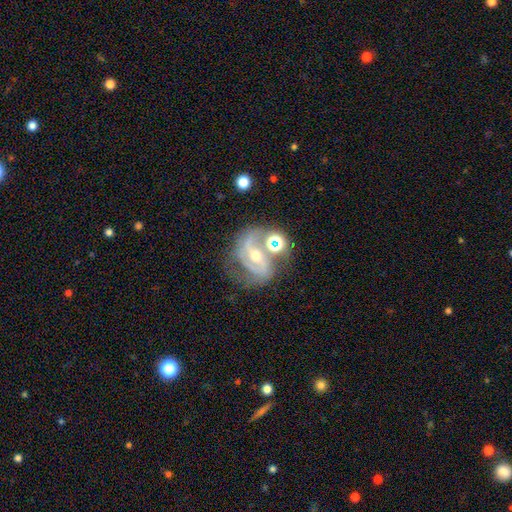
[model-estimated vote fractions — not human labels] Q: Smooth or featured?
A: featured or disk (81%); runner-up: star or artifact (10%)
Q: Edge-on disk?
A: no (97%); runner-up: yes (3%)
Q: Bar?
A: strong (37%); tied with: weak (37%)
Q: Spiral arms?
A: yes (92%); runner-up: no (8%)
Q: Spiral winding?
A: medium (52%); runner-up: tight (26%)
Q: Spiral arm count?
A: 2 (76%); runner-up: can't tell (9%)
Q: Bulge size?
A: moderate (59%); runner-up: small (36%)
Q: Merging?
A: none (51%); runner-up: minor disturbance (20%)